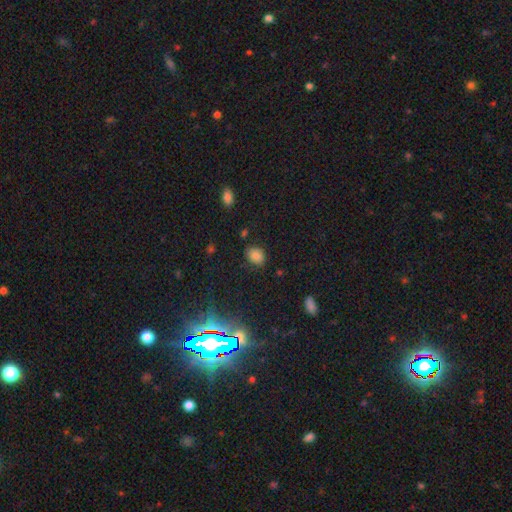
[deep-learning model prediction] A smooth galaxy with no disk features (77%) that is in between round and cigar-shaped (58%).

Vote fractions:
- Smooth or featured? smooth: 77% / star or artifact: 14% / featured or disk: 8%
- How rounded? in between: 58% / round: 41% / cigar-shaped: 1%
- Merging? none: 81% / minor disturbance: 14% / major disturbance: 3% / merger: 2%